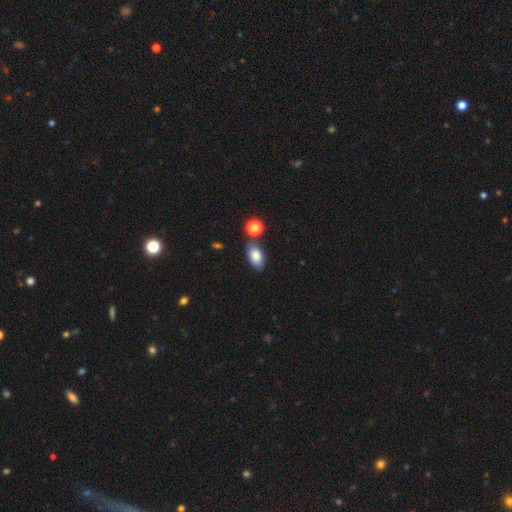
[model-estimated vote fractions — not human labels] Morphology: type=smooth (82%); roundness=in between (90%); merging=none (69%).